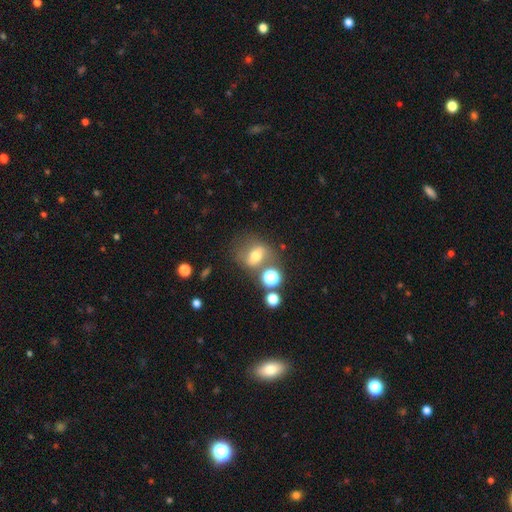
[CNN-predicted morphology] Smooth or featured? smooth (55%)
How rounded? in between (50%)
Merging? none (54%)